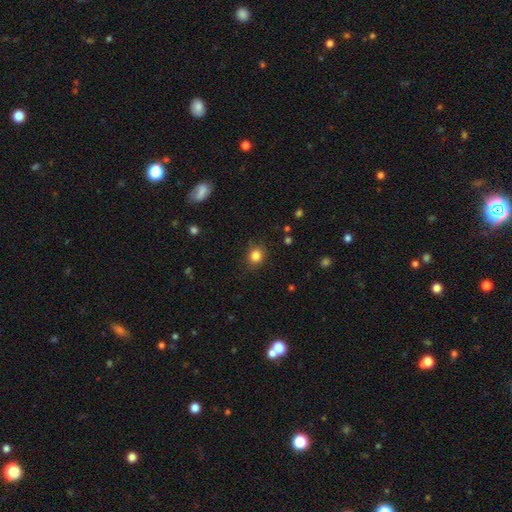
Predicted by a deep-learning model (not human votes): smooth 83%, star or artifact 12%, featured or disk 5%. Down the decision tree: how rounded — round (77%); merging — none (85%).